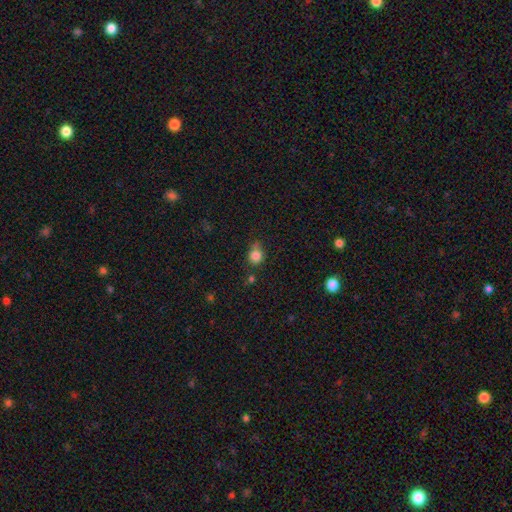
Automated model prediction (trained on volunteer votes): Smooth or featured? smooth (83%)
How rounded? round (82%)
Merging? none (58%)